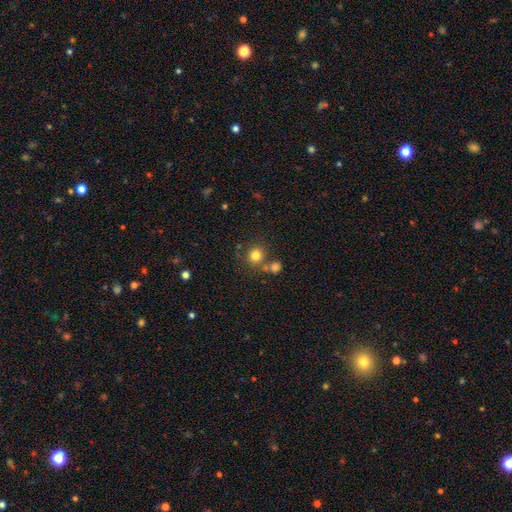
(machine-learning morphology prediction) A smooth galaxy with no disk features (79%) that is round (88%).

Vote fractions:
- Smooth or featured? smooth: 79% / star or artifact: 13% / featured or disk: 7%
- How rounded? round: 88% / in between: 11% / cigar-shaped: 1%
- Merging? none: 68% / merger: 19% / minor disturbance: 9% / major disturbance: 4%